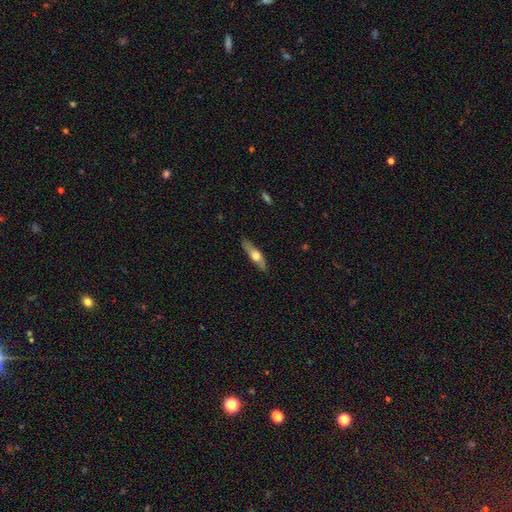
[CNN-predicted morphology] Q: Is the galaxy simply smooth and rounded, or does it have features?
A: smooth — 49%.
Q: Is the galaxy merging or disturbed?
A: none — 83%.